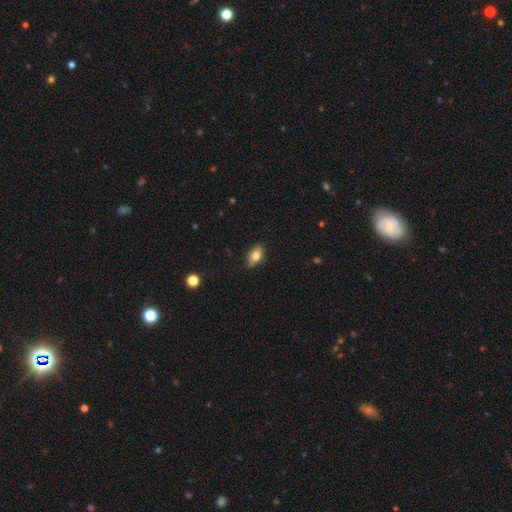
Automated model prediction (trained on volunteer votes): smooth-or-featured: smooth: 74% | featured or disk: 18% | star or artifact: 8%
  how-rounded: in between: 86% | round: 7% | cigar-shaped: 6%
  merging: none: 85% | minor disturbance: 12% | major disturbance: 2% | merger: 1%